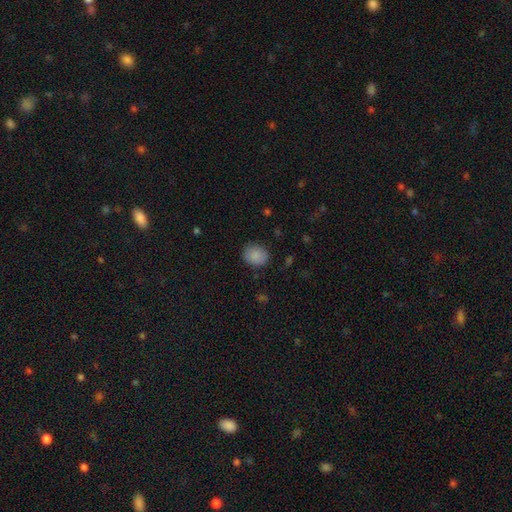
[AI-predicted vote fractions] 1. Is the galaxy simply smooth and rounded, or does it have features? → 87% smooth, 8% star or artifact, 5% featured or disk.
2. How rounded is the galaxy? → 64% round, 35% in between, 1% cigar-shaped.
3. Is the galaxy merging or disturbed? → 83% none, 13% minor disturbance, 3% major disturbance, 1% merger.